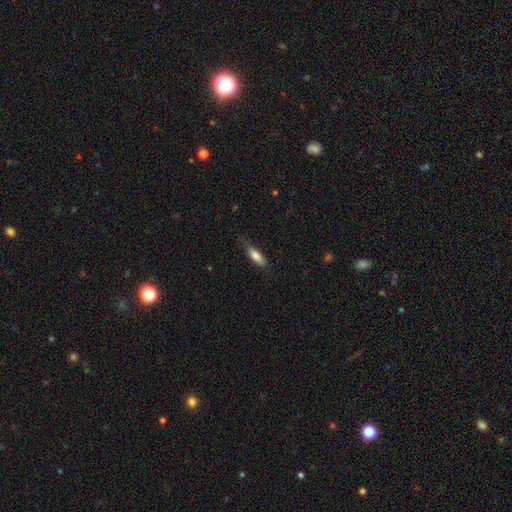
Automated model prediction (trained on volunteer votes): smooth-or-featured: smooth: 77% | featured or disk: 17% | star or artifact: 6%
  how-rounded: cigar-shaped: 52% | in between: 47% | round: 2%
  merging: none: 63% | minor disturbance: 28% | major disturbance: 8% | merger: 1%